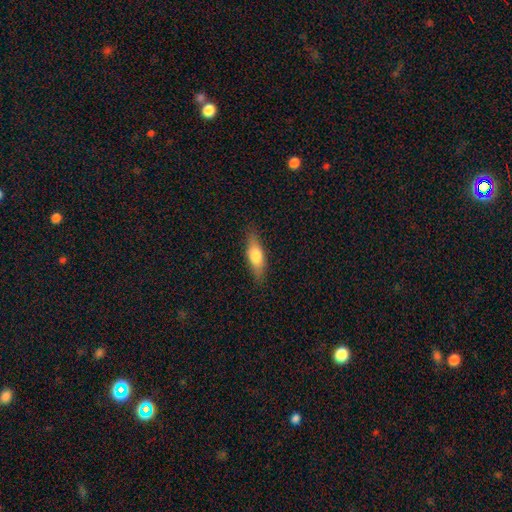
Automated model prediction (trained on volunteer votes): This is likely a smooth galaxy (68%). How rounded: possibly in between (57%). Merging: clearly none (84%).